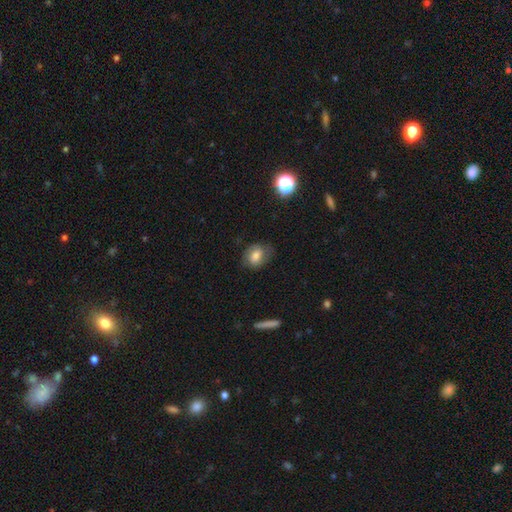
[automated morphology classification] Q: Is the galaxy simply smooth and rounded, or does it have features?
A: smooth — 63%.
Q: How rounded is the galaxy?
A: in between — 62%.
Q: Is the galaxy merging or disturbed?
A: none — 68%.